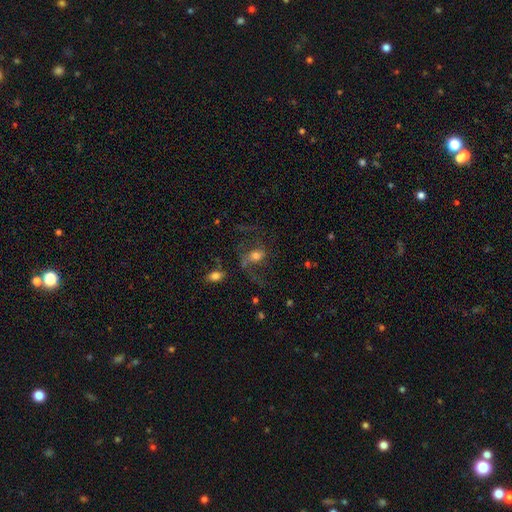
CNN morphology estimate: Q: Smooth or featured?
A: featured or disk (63%); runner-up: smooth (25%)
Q: Edge-on disk?
A: no (96%); runner-up: yes (4%)
Q: Bar?
A: no (54%); runner-up: weak (33%)
Q: Spiral arms?
A: yes (83%); runner-up: no (17%)
Q: Bulge size?
A: moderate (55%); runner-up: small (28%)
Q: Merging?
A: none (46%); runner-up: major disturbance (32%)